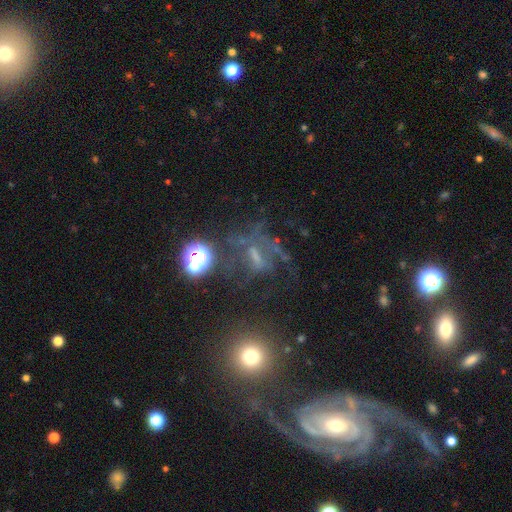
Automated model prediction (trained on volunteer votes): The model was most divided on "smooth or featured": featured or disk: 38%, star or artifact: 37%, smooth: 25%. Remaining: merging — none (43%).